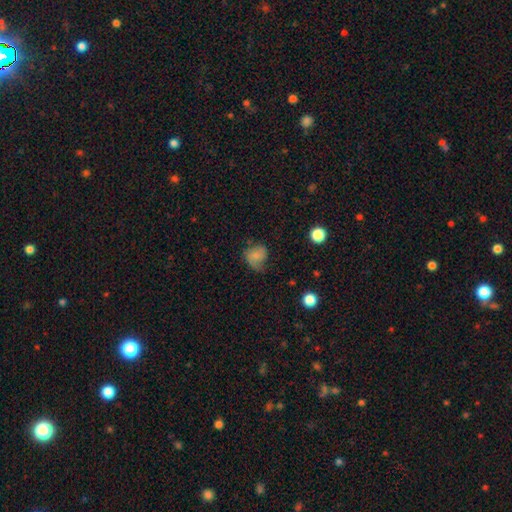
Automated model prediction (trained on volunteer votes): This is likely a smooth galaxy (67%). How rounded: possibly round (59%). Merging: marginally none (42%).